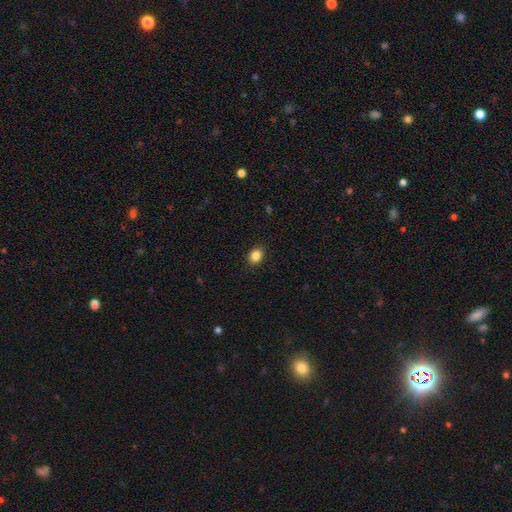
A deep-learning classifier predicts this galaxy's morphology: Smooth or featured?
  - smooth: 86% *
  - star or artifact: 10%
  - featured or disk: 4%
How rounded?
  - round: 52% *
  - in between: 47%
  - cigar-shaped: 1%
Merging?
  - none: 90% *
  - minor disturbance: 7%
  - major disturbance: 2%
  - merger: 1%